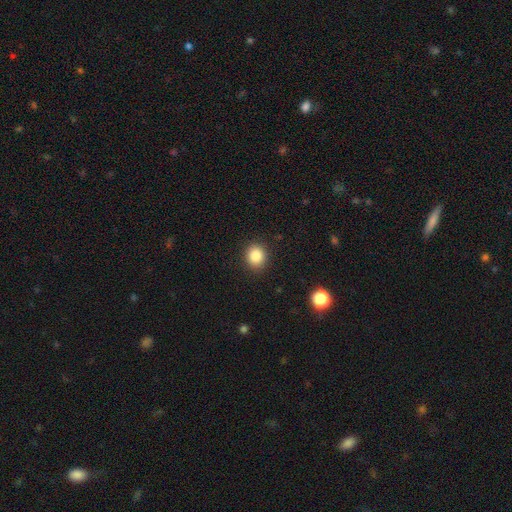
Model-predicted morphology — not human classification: smooth_or_featured: smooth (p=0.85) [alt: star or artifact p=0.10]
how_rounded: round (p=0.69) [alt: in between p=0.30]
merging: none (p=0.89) [alt: minor disturbance p=0.08]